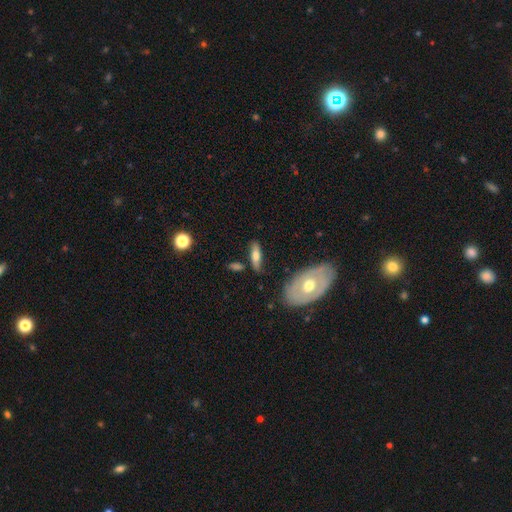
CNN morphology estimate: type=smooth (53%); roundness=in between (52%); merging=none (72%).